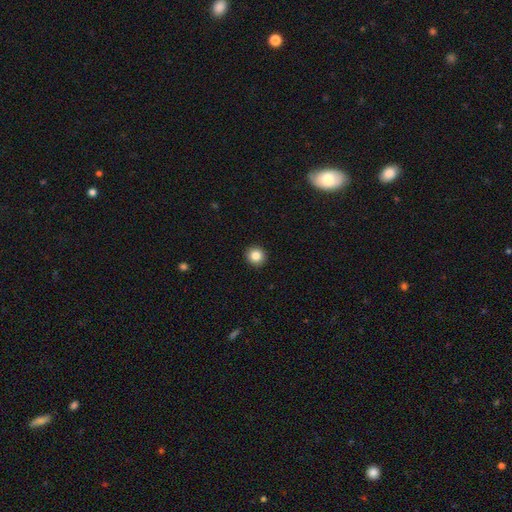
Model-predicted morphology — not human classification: smooth 86%, star or artifact 10%, featured or disk 5%. Down the decision tree: how rounded — round (93%); merging — none (93%).